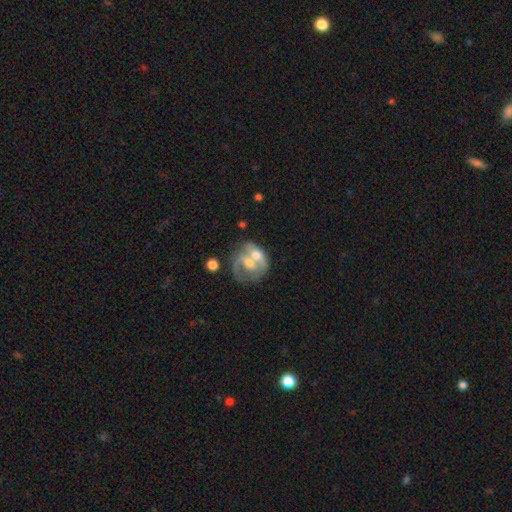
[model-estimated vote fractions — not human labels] Smooth or featured?
  - featured or disk: 56% *
  - smooth: 37%
  - star or artifact: 7%
Edge-on disk?
  - no: 97% *
  - yes: 3%
Bar?
  - no: 69% *
  - weak: 24%
  - strong: 8%
Spiral arms?
  - no: 64% *
  - yes: 36%
Bulge size?
  - moderate: 61% *
  - small: 18%
  - large: 12%
  - none: 7%
  - dominant: 2%
Merging?
  - merger: 59% *
  - none: 20%
  - major disturbance: 11%
  - minor disturbance: 10%